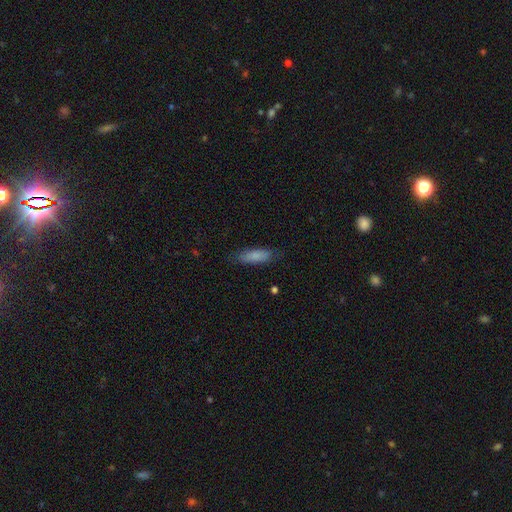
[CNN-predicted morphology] A smooth galaxy with no disk features (82%) that is cigar-shaped (51%).

Vote fractions:
- Smooth or featured? smooth: 82% / featured or disk: 12% / star or artifact: 6%
- How rounded? cigar-shaped: 51% / in between: 47% / round: 2%
- Merging? none: 81% / minor disturbance: 15% / major disturbance: 3% / merger: 1%